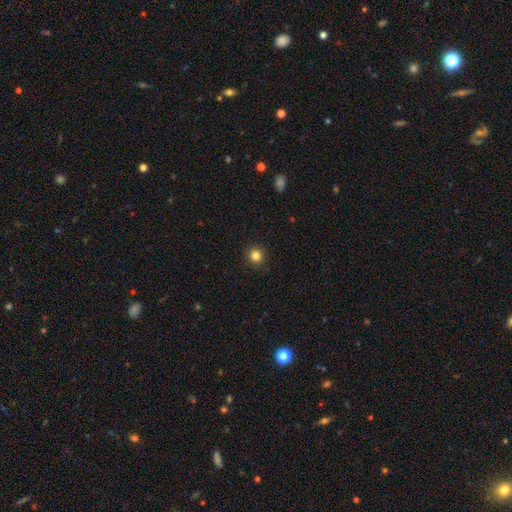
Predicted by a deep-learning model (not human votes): Morphology: type=smooth (84%); roundness=round (94%); merging=none (92%).